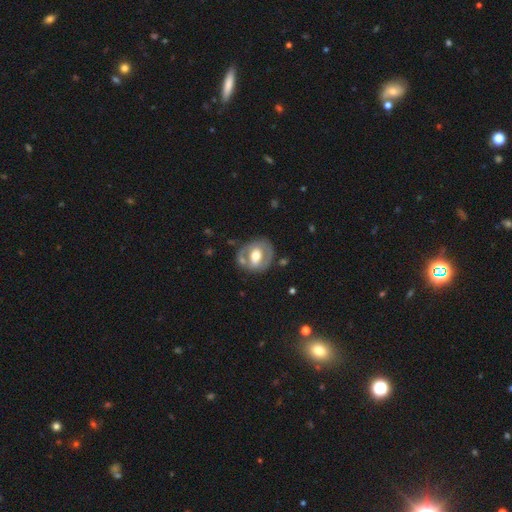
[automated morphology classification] smooth-or-featured: featured or disk: 59% | smooth: 36% | star or artifact: 6%
  disk-edge-on: no: 94% | yes: 6%
    bar: no: 44% | weak: 34% | strong: 22%
    has-spiral-arms: no: 71% | yes: 29%
    bulge-size: moderate: 67% | large: 23% | small: 8% | dominant: 1% | none: 1%
  merging: none: 66% | minor disturbance: 19% | major disturbance: 8% | merger: 7%